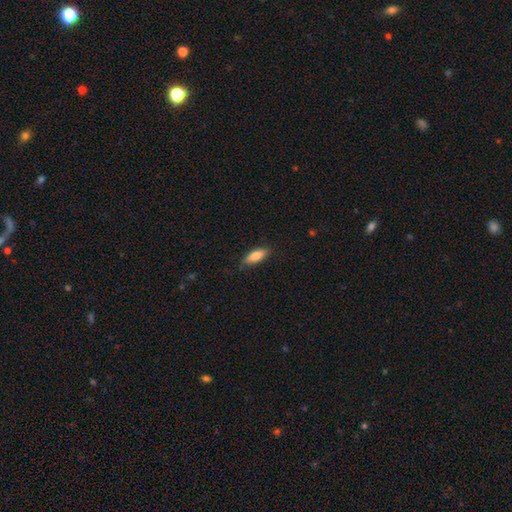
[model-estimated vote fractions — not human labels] Q: Smooth or featured?
A: smooth (80%); runner-up: featured or disk (14%)
Q: How rounded?
A: in between (64%); runner-up: cigar-shaped (34%)
Q: Merging?
A: none (81%); runner-up: minor disturbance (15%)